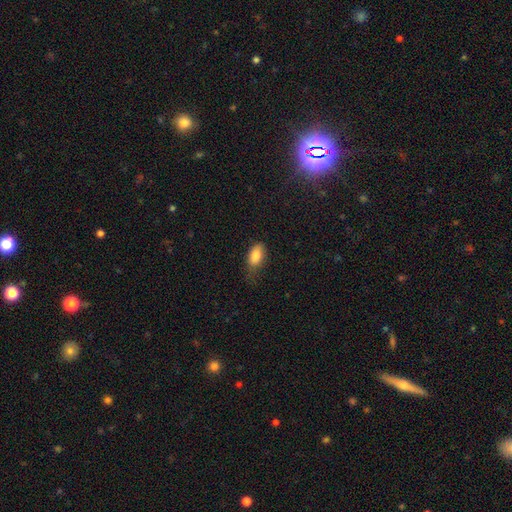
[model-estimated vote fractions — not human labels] Morphology: type=smooth (86%); roundness=in between (91%); merging=none (52%).